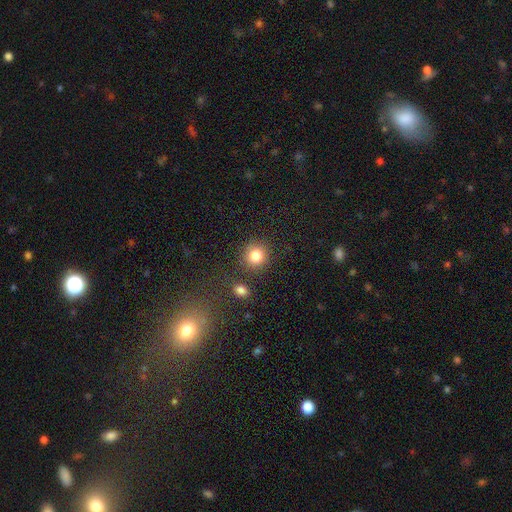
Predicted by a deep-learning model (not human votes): A smooth galaxy with no disk features (83%) that is round (90%). Merging: none (83%).